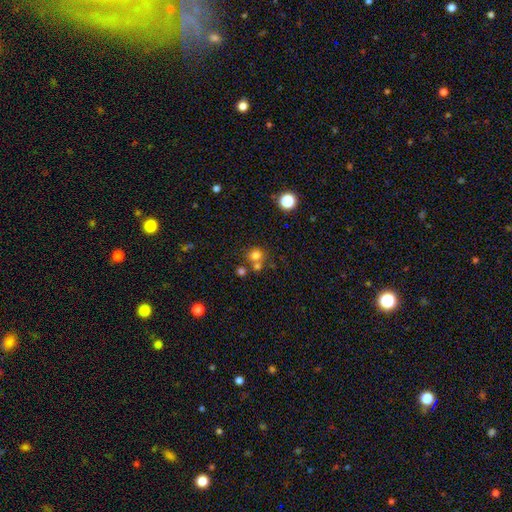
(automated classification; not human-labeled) Morphology: type=smooth (73%); roundness=round (83%); merging=none (56%).